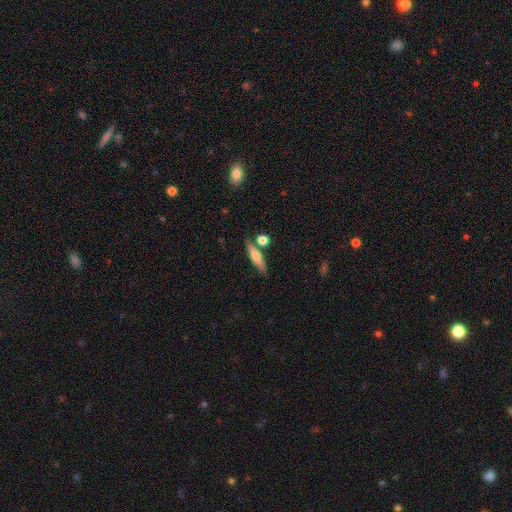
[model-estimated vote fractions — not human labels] Smooth or featured: smooth — 63% (featured or disk — 31%)
How rounded: cigar-shaped — 76% (in between — 21%)
Merging: none — 73% (merger — 12%)